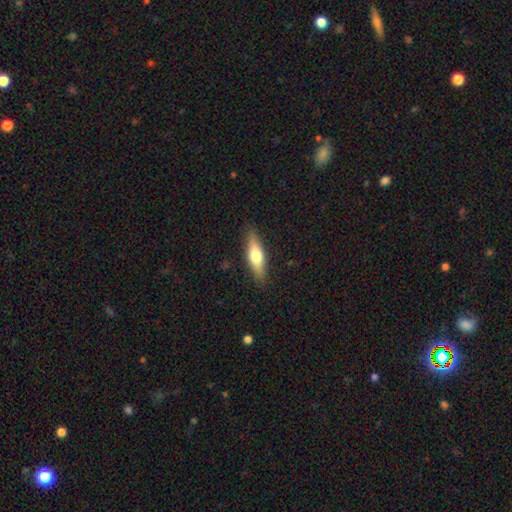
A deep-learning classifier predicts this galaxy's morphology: Smooth or featured?
  - smooth: 59% *
  - featured or disk: 35%
  - star or artifact: 6%
How rounded?
  - cigar-shaped: 54% *
  - in between: 43%
  - round: 3%
Merging?
  - none: 87% *
  - minor disturbance: 10%
  - major disturbance: 2%
  - merger: 1%